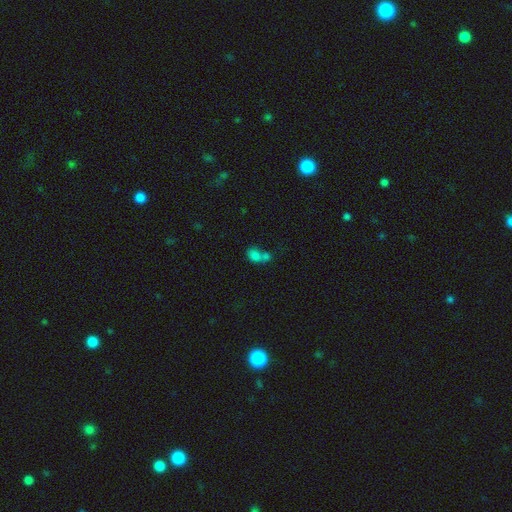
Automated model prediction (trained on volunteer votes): The model was most divided on "how rounded": in between: 64%, round: 34%, cigar-shaped: 2%. More confident: smooth or featured — smooth (77%); merging — merger (63%).